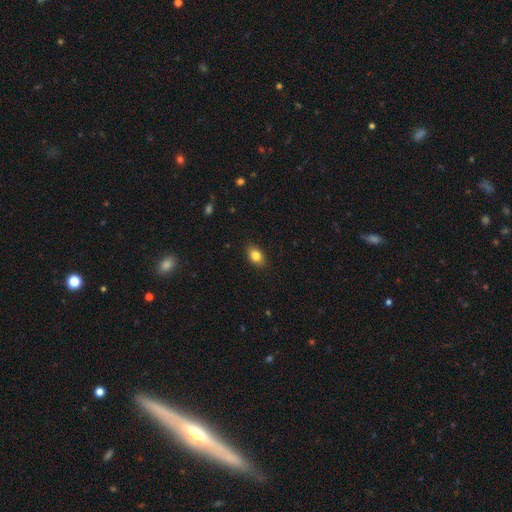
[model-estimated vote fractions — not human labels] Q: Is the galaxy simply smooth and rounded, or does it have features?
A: smooth — 82%.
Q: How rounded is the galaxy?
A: in between — 79%.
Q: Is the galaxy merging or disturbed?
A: none — 88%.